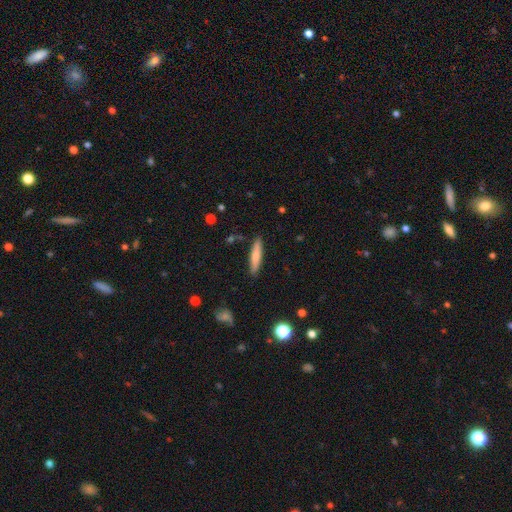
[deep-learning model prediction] This is likely a smooth galaxy (69%). How rounded: clearly cigar-shaped (88%). Merging: clearly none (88%).